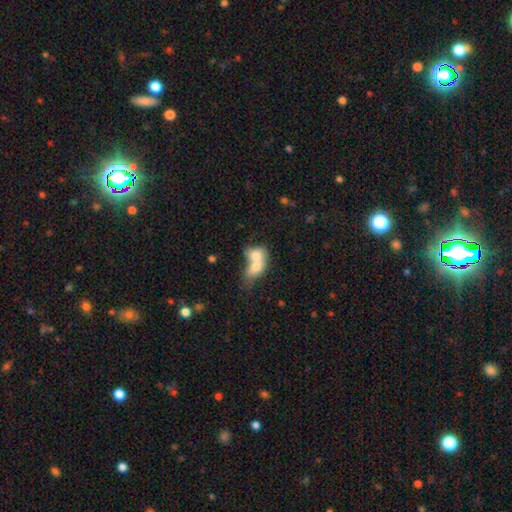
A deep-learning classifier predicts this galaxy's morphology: A smooth galaxy with no disk features (70%) that is in between round and cigar-shaped (62%). Merging: merger (79%).